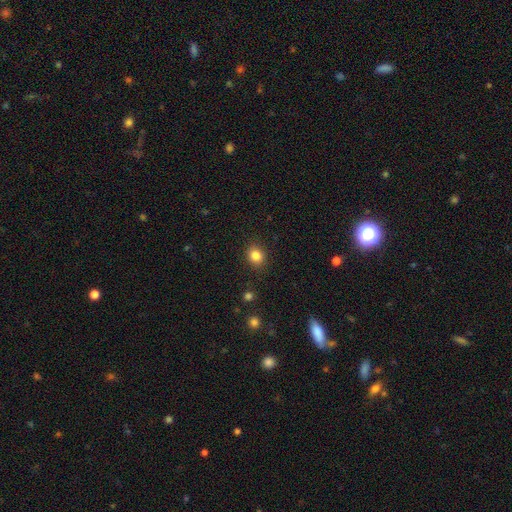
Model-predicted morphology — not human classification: smooth_or_featured: smooth (p=0.84) [alt: star or artifact p=0.11]
how_rounded: round (p=0.68) [alt: in between p=0.31]
merging: none (p=0.89) [alt: minor disturbance p=0.08]